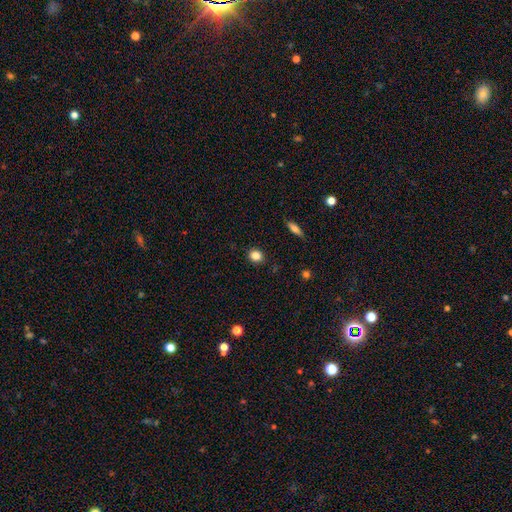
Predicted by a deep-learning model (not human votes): This is clearly a smooth galaxy (83%). How rounded: likely round (77%). Merging: clearly none (90%).